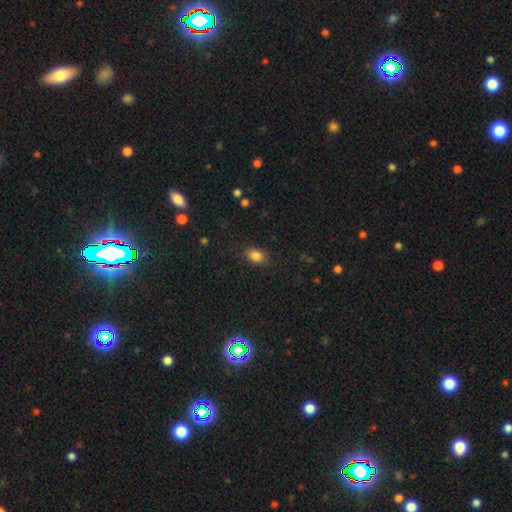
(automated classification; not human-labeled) The model was most divided on "how rounded": in between: 74%, round: 24%, cigar-shaped: 2%. More confident: smooth or featured — smooth (84%); merging — none (84%).